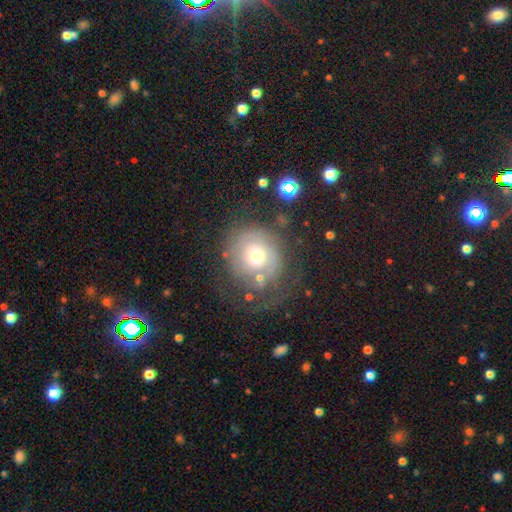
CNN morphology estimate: Smooth or featured?
  - featured or disk: 50% *
  - smooth: 39%
  - star or artifact: 11%
Merging?
  - none: 53% *
  - major disturbance: 23%
  - minor disturbance: 20%
  - merger: 5%